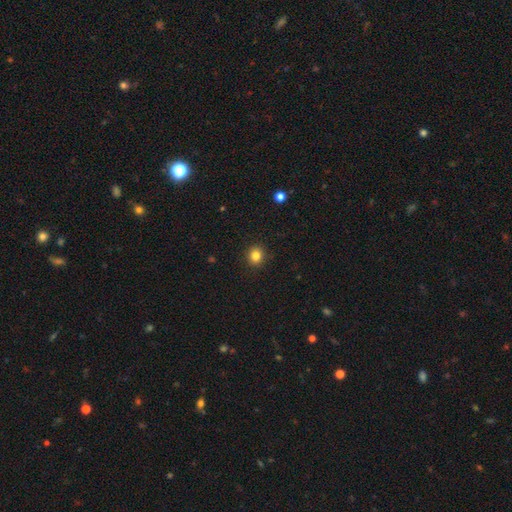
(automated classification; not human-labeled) A smooth galaxy with no disk features (83%) that is round (84%).

Vote fractions:
- Smooth or featured? smooth: 83% / star or artifact: 11% / featured or disk: 5%
- How rounded? round: 84% / in between: 15% / cigar-shaped: 1%
- Merging? none: 92% / minor disturbance: 5% / major disturbance: 2% / merger: 1%